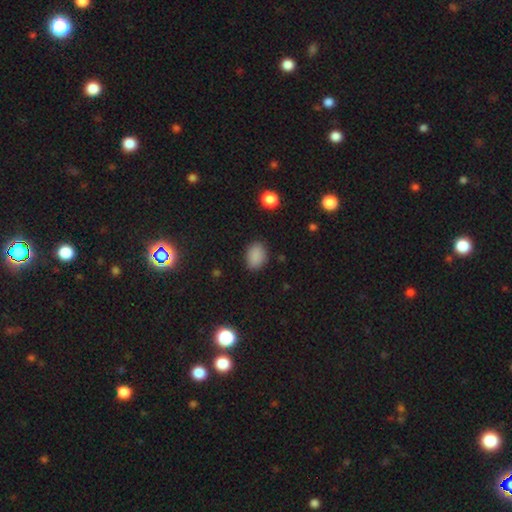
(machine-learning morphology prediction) Overall: smooth (86%). How rounded: in between (75%). Merging: none (84%).